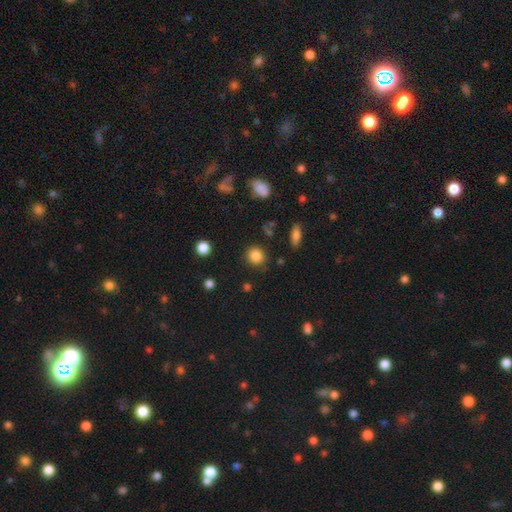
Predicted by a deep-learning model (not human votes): The model was most divided on "smooth or featured": smooth: 84%, star or artifact: 11%, featured or disk: 5%. More confident: how rounded — round (87%); merging — none (86%).